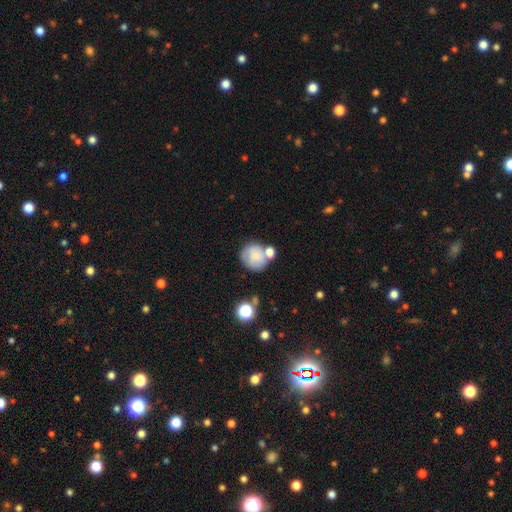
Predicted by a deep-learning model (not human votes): A smooth galaxy with no disk features (67%) that is round (83%). Merging: none (49%).